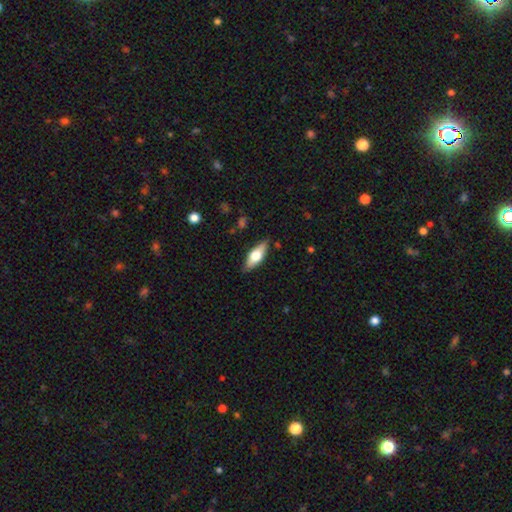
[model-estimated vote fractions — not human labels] A smooth galaxy with no disk features (53%) that is in between round and cigar-shaped (68%).

Vote fractions:
- Smooth or featured? smooth: 53% / featured or disk: 41% / star or artifact: 6%
- How rounded? in between: 68% / cigar-shaped: 29% / round: 3%
- Merging? none: 85% / minor disturbance: 12% / major disturbance: 2% / merger: 1%